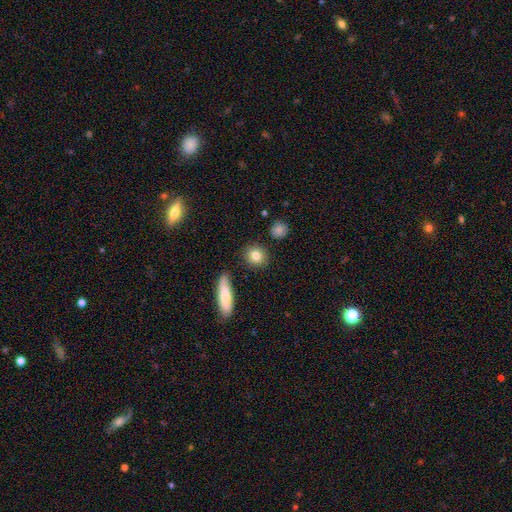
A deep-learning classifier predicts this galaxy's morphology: smooth 82%, featured or disk 9%, star or artifact 9%. Down the decision tree: how rounded — round (82%); merging — none (89%).